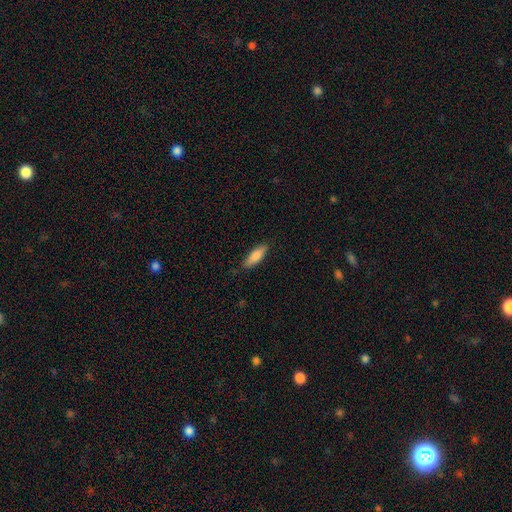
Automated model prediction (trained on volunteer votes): Overall: smooth (82%). How rounded: in between (56%; cigar-shaped 42%). Merging: none (85%).